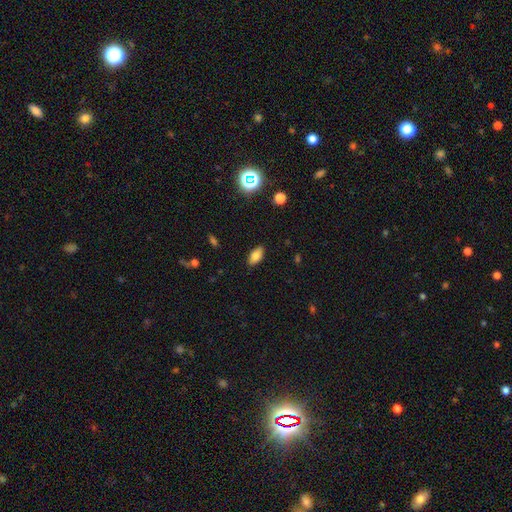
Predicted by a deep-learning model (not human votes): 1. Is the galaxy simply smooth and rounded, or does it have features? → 80% smooth, 10% star or artifact, 10% featured or disk.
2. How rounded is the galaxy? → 91% in between, 5% cigar-shaped, 4% round.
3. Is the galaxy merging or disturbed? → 87% none, 9% minor disturbance, 2% major disturbance, 1% merger.